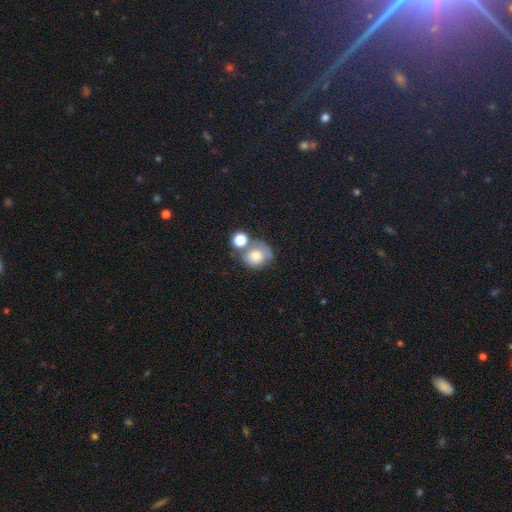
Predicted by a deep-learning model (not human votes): Smooth or featured: smooth — 69% (featured or disk — 21%)
How rounded: round — 73% (in between — 26%)
Merging: none — 38% (merger — 34%)